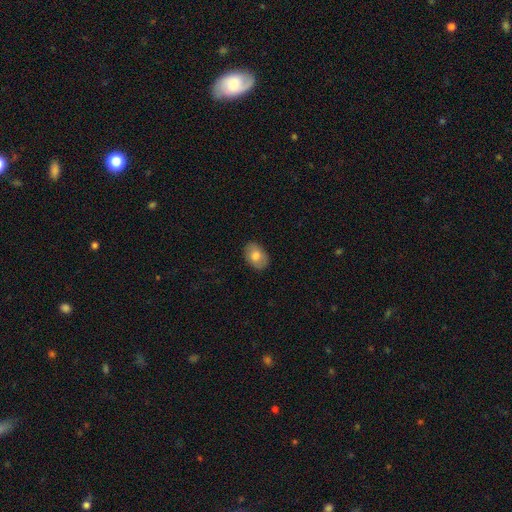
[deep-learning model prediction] Overall: smooth (78%). How rounded: in between (82%). Merging: none (87%).